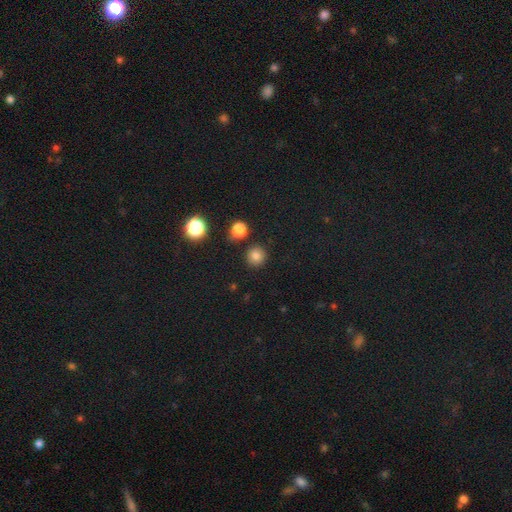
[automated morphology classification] smooth-or-featured: smooth: 81% | star or artifact: 14% | featured or disk: 4%
  how-rounded: round: 93% | in between: 6% | cigar-shaped: 1%
  merging: none: 88% | minor disturbance: 6% | merger: 3% | major disturbance: 2%